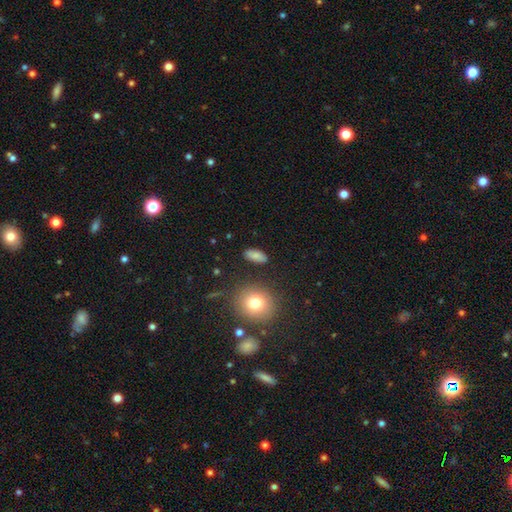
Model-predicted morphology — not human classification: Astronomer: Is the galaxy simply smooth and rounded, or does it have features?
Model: smooth — 78%.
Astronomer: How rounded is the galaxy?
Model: in between — 82%.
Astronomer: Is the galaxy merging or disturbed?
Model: none — 83%.